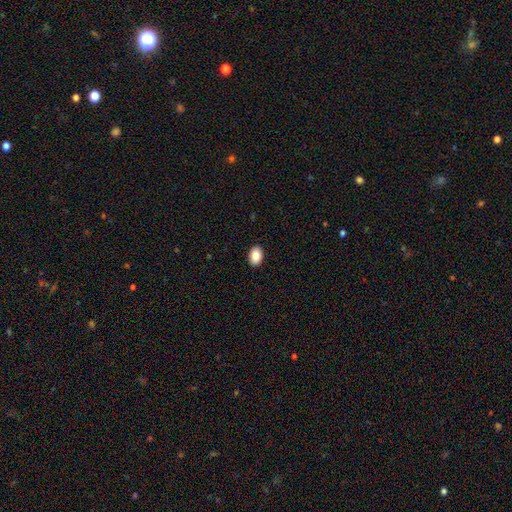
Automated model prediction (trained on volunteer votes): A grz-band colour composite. It shows a smooth galaxy with no disk features (85%) that is in between round and cigar-shaped (83%). Merging: none (91%).